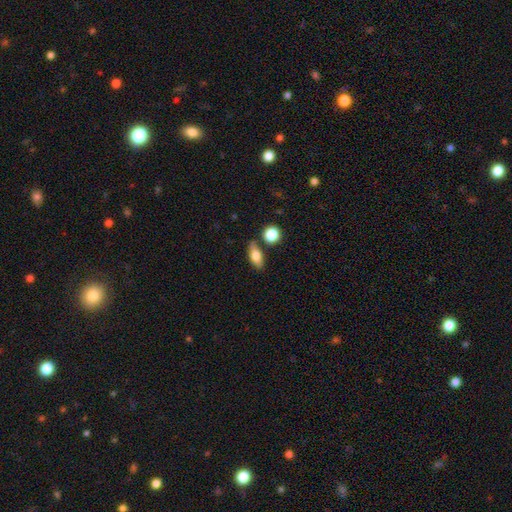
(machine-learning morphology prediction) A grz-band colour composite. It shows a smooth galaxy with no disk features (73%) that is in between round and cigar-shaped (75%). Merging: none (73%).